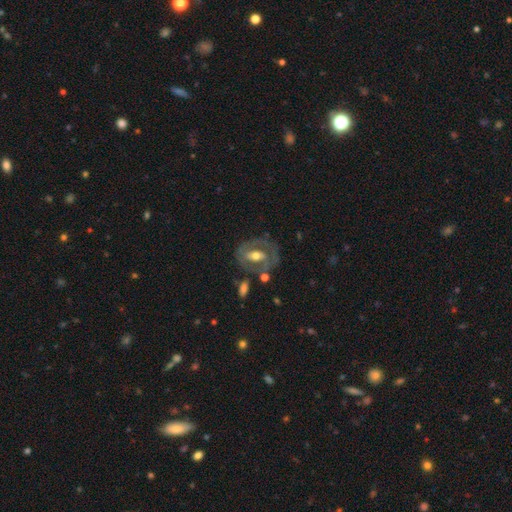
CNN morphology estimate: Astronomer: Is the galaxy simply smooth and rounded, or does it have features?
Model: featured or disk — 67%.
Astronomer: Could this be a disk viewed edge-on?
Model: no — 93%.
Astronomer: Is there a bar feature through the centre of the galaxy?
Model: no — 37% (runner-up: weak, 36%).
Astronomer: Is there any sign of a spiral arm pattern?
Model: no — 55% (runner-up: yes, 45%).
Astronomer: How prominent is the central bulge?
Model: moderate — 70%.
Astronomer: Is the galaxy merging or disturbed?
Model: none — 63%.